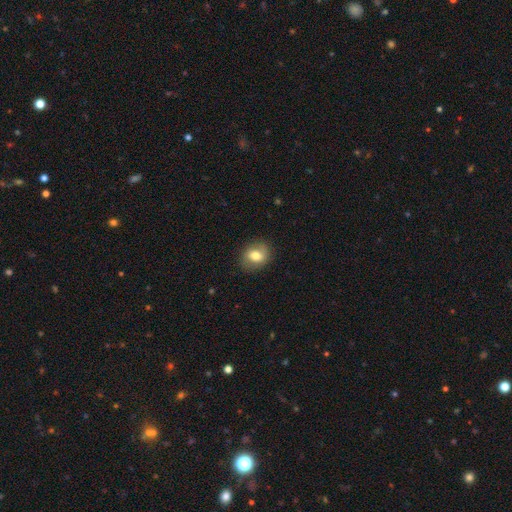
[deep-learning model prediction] Smooth or featured? smooth (71%)
How rounded? round (53%)
Merging? none (82%)